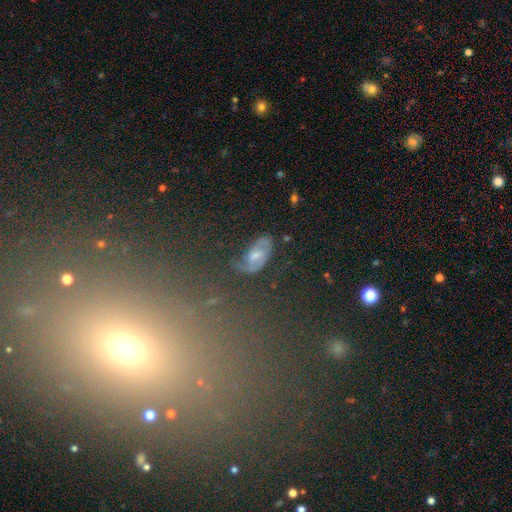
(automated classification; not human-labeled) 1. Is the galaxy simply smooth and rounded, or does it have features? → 60% featured or disk, 23% smooth, 18% star or artifact.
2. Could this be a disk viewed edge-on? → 93% no, 7% yes.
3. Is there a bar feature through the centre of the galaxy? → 49% no, 38% weak, 13% strong.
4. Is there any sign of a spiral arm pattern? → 78% yes, 22% no.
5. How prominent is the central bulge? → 50% moderate, 41% small, 4% large, 3% none, 2% dominant.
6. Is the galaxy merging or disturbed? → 67% none, 19% minor disturbance, 11% major disturbance, 4% merger.